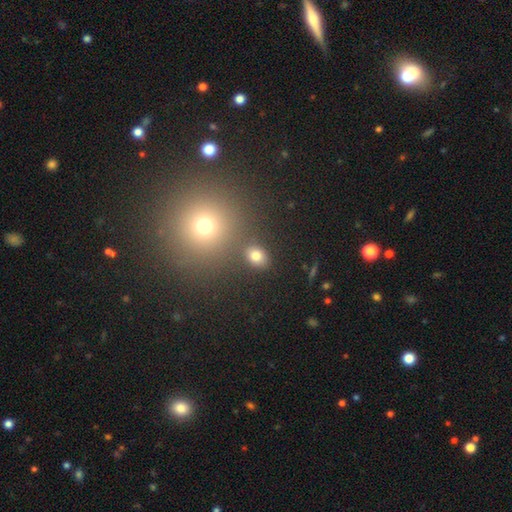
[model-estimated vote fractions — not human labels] This appears to be a smooth galaxy with no disk features (78%) that is in between round and cigar-shaped (57%). Merging: none (81%).